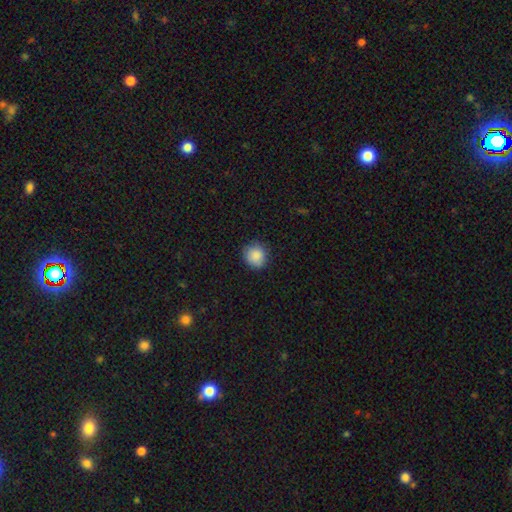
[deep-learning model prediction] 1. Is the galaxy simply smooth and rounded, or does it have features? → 88% smooth, 8% star or artifact, 4% featured or disk.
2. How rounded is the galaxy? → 88% round, 11% in between, 1% cigar-shaped.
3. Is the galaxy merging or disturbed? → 85% none, 12% minor disturbance, 3% major disturbance, 1% merger.